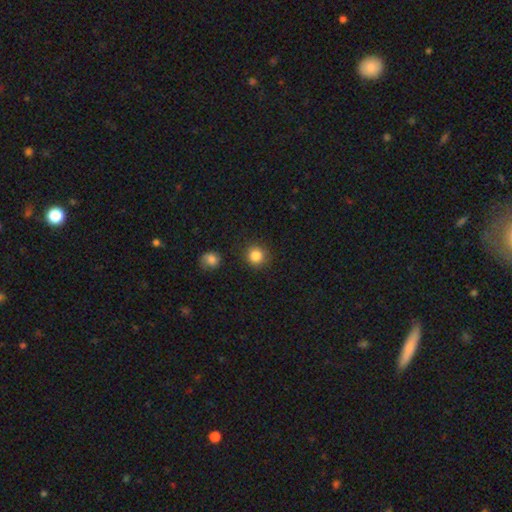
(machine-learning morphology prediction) A smooth galaxy with no disk features (85%) that is round (93%). Merging: none (89%).